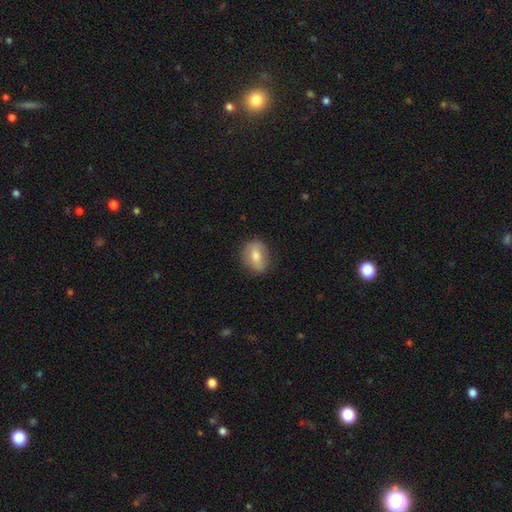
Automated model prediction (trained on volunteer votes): Overall: smooth (69%). How rounded: in between (61%; round 37%). Merging: none (83%).